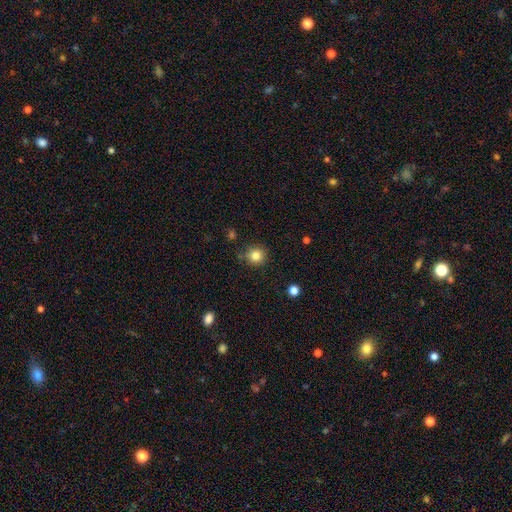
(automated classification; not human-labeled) smooth-or-featured: smooth: 83% | star or artifact: 12% | featured or disk: 6%
  how-rounded: round: 91% | in between: 8% | cigar-shaped: 1%
  merging: none: 83% | minor disturbance: 12% | merger: 3% | major disturbance: 3%